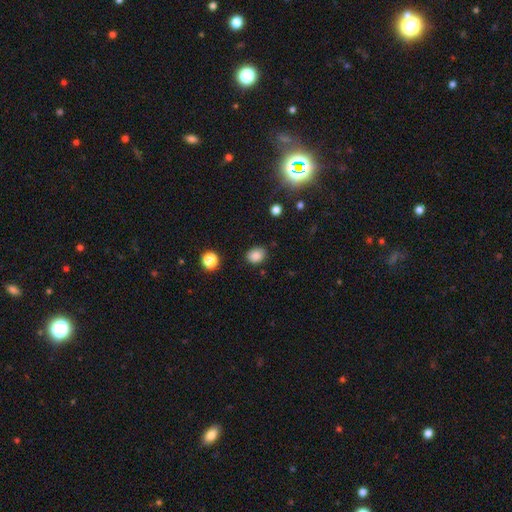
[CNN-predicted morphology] smooth-or-featured: smooth: 85% | star or artifact: 11% | featured or disk: 4%
  how-rounded: in between: 54% | round: 46% | cigar-shaped: 1%
  merging: none: 83% | minor disturbance: 12% | major disturbance: 3% | merger: 2%